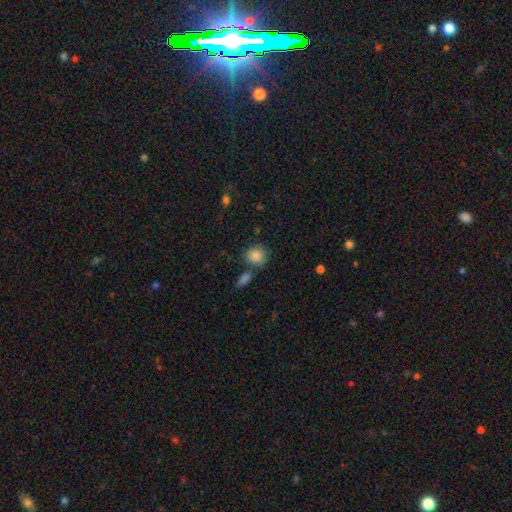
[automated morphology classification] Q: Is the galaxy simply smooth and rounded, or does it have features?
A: smooth — 87%.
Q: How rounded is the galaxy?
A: round — 73%.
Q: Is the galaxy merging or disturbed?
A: none — 66%.